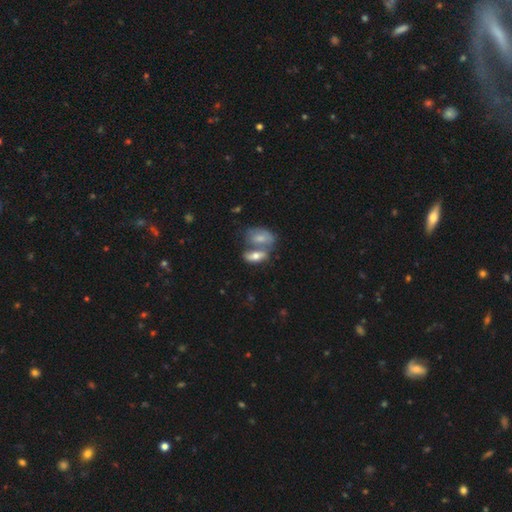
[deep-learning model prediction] Smooth or featured? smooth (62%)
How rounded? in between (78%)
Merging? merger (57%)